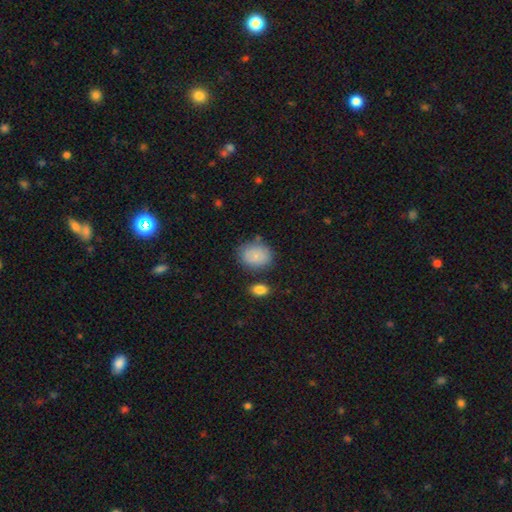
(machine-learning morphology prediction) Smooth or featured: smooth — 83% (featured or disk — 9%)
How rounded: in between — 59% (round — 40%)
Merging: none — 72% (minor disturbance — 17%)